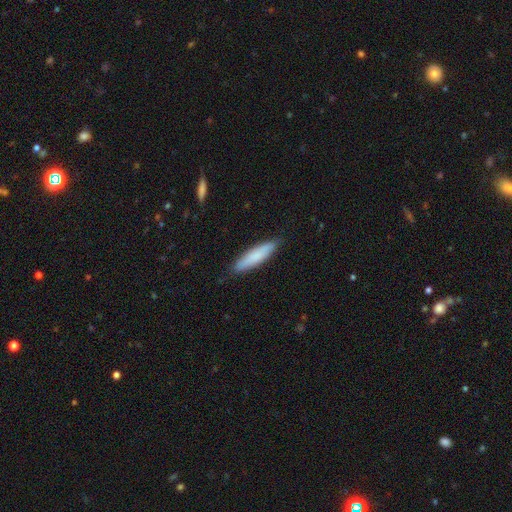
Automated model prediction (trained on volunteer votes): Smooth or featured?
  - smooth: 79% *
  - featured or disk: 15%
  - star or artifact: 6%
How rounded?
  - cigar-shaped: 77% *
  - in between: 21%
  - round: 1%
Merging?
  - none: 87% *
  - minor disturbance: 11%
  - major disturbance: 2%
  - merger: 1%